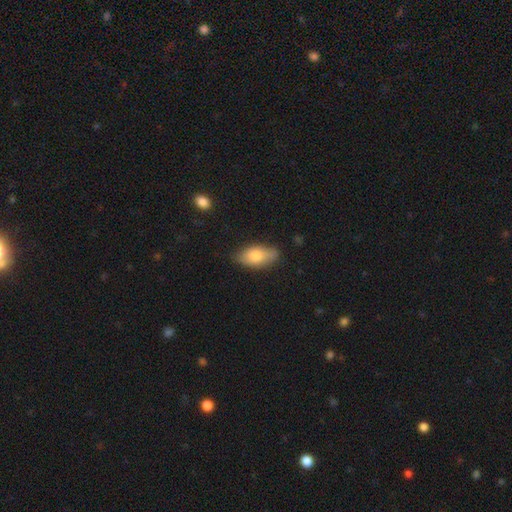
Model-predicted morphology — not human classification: A smooth galaxy with no disk features (75%) that is in between round and cigar-shaped (88%).

Vote fractions:
- Smooth or featured? smooth: 75% / featured or disk: 19% / star or artifact: 7%
- How rounded? in between: 88% / cigar-shaped: 8% / round: 4%
- Merging? none: 72% / minor disturbance: 22% / major disturbance: 4% / merger: 2%